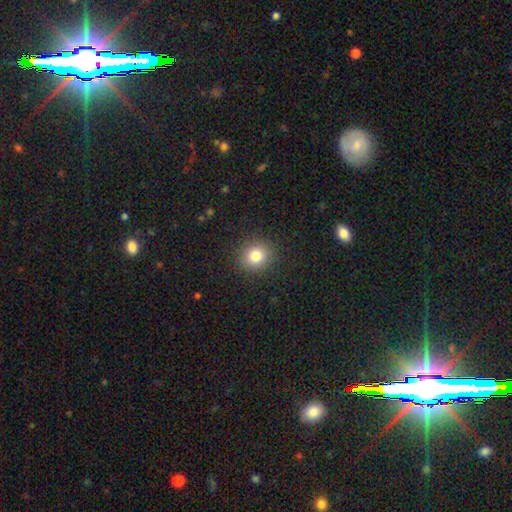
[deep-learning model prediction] The model was most divided on "how rounded": round: 84%, in between: 15%, cigar-shaped: 1%. More confident: merging — none (90%); smooth or featured — smooth (81%).